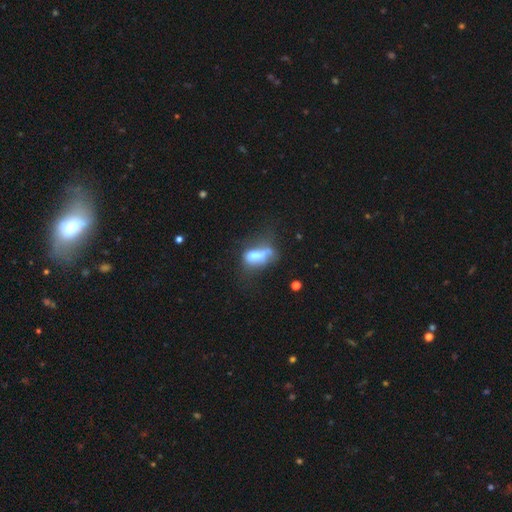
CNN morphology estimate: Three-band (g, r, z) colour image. It shows a smooth galaxy with no disk features (53%) that is in between round and cigar-shaped (74%). Merging: major disturbance (36%).